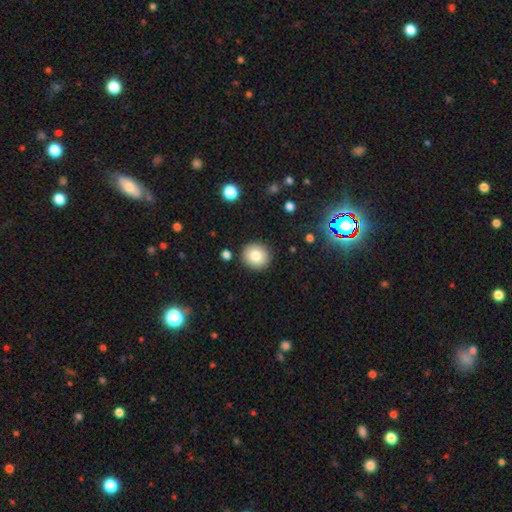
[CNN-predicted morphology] This is clearly a smooth galaxy (82%). How rounded: clearly round (90%). Merging: clearly none (90%).